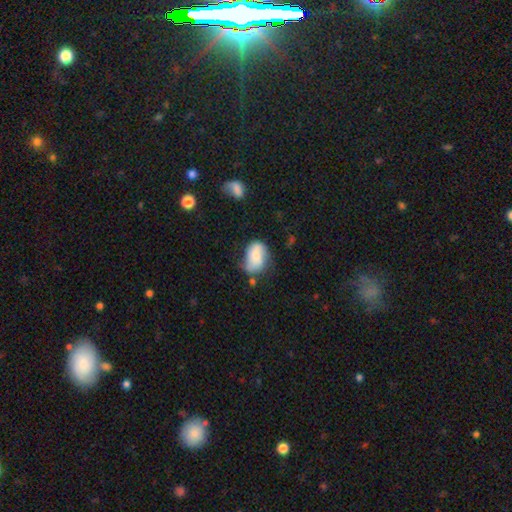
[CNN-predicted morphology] smooth_or_featured: smooth (p=0.63) [alt: featured or disk p=0.30]
how_rounded: in between (p=0.83) [alt: round p=0.16]
merging: none (p=0.43) [alt: minor disturbance p=0.34]